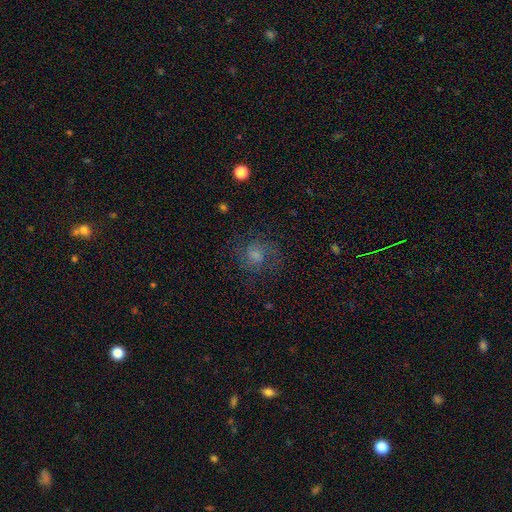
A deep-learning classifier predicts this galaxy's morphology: This is possibly a featured or disk galaxy (49%). Merging: likely none (72%).